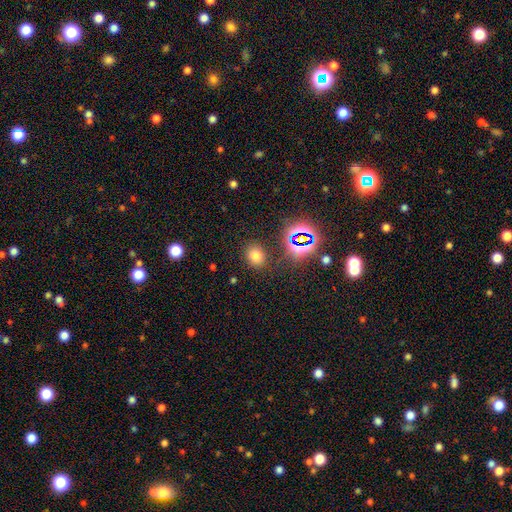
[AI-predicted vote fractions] This appears to be a smooth galaxy with no disk features (69%) that is round (53%). Merging: none (84%).